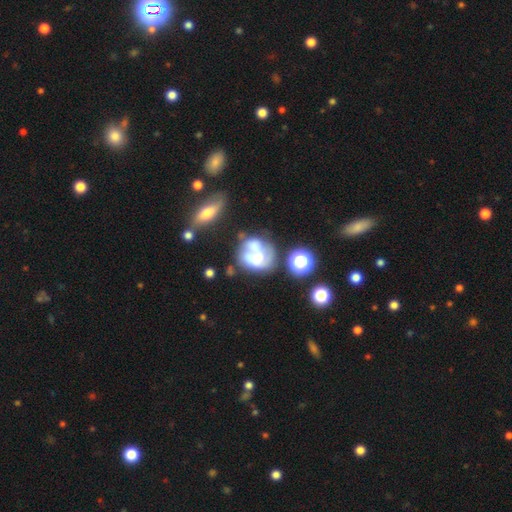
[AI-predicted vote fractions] This appears to be a featured or disk galaxy (48%). Merging: merger (30%, tied with none).